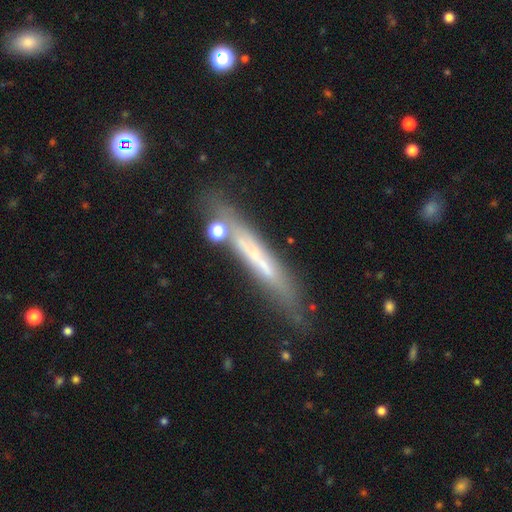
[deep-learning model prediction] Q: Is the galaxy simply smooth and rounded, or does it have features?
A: featured or disk — 53%.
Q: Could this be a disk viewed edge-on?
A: yes — 80%.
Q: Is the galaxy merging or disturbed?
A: none — 69%.